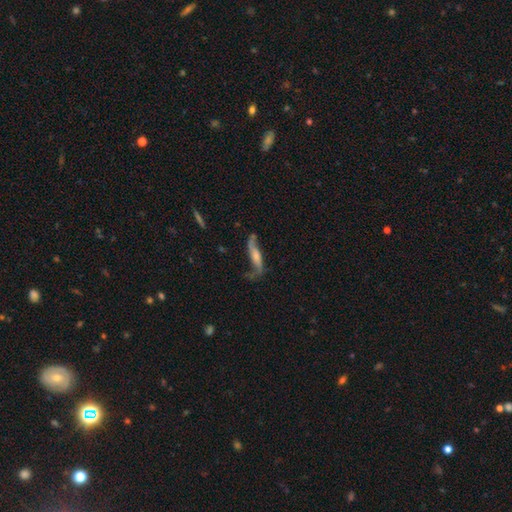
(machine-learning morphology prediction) Q: Smooth or featured?
A: featured or disk (63%); runner-up: smooth (30%)
Q: Edge-on disk?
A: no (62%); runner-up: yes (38%)
Q: Merging?
A: none (54%); runner-up: minor disturbance (25%)